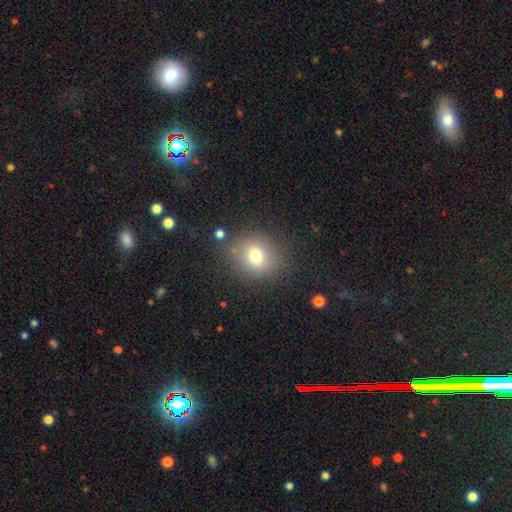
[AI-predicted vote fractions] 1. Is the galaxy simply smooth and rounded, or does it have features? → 73% smooth, 15% star or artifact, 12% featured or disk.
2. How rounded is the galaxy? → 71% round, 28% in between, 1% cigar-shaped.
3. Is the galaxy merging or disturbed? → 79% none, 12% minor disturbance, 5% major disturbance, 3% merger.